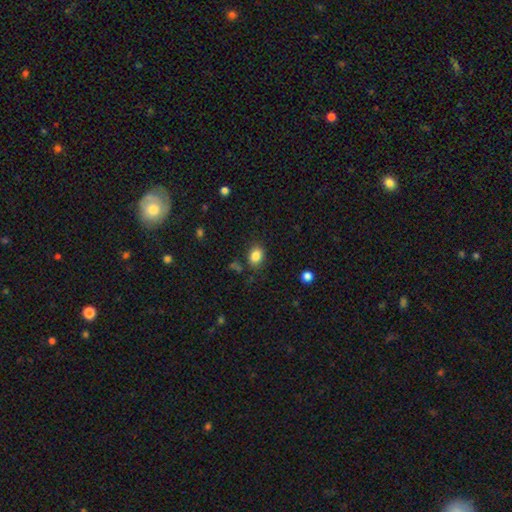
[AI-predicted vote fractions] Smooth or featured?
  - smooth: 85% *
  - star or artifact: 10%
  - featured or disk: 5%
How rounded?
  - in between: 69% *
  - round: 30%
  - cigar-shaped: 1%
Merging?
  - none: 82% *
  - minor disturbance: 12%
  - major disturbance: 3%
  - merger: 3%